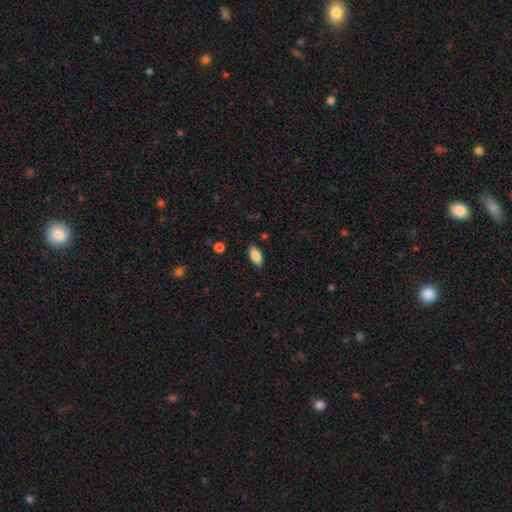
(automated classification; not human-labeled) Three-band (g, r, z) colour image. It shows a smooth galaxy with no disk features (85%) that is in between round and cigar-shaped (89%). Merging: none (87%).